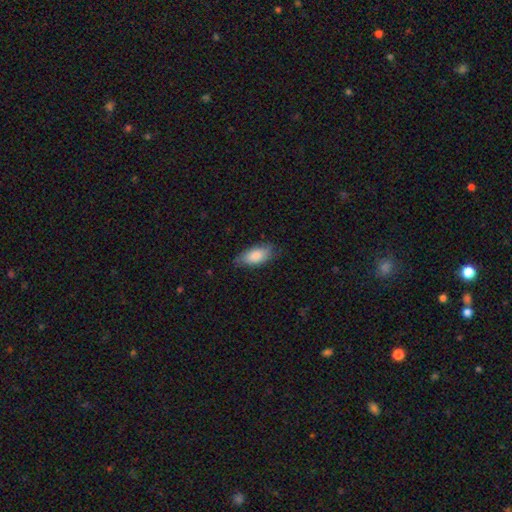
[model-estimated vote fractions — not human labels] This appears to be a smooth galaxy with no disk features (81%) that is in between round and cigar-shaped (88%). Merging: none (70%).